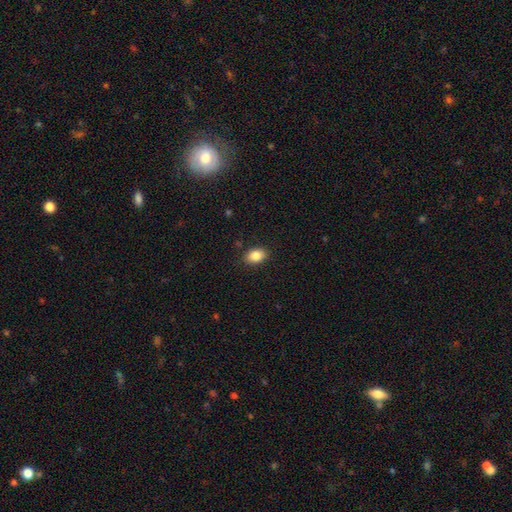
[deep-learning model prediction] Smooth or featured: smooth — 85% (star or artifact — 8%)
How rounded: in between — 82% (round — 17%)
Merging: none — 88% (minor disturbance — 9%)